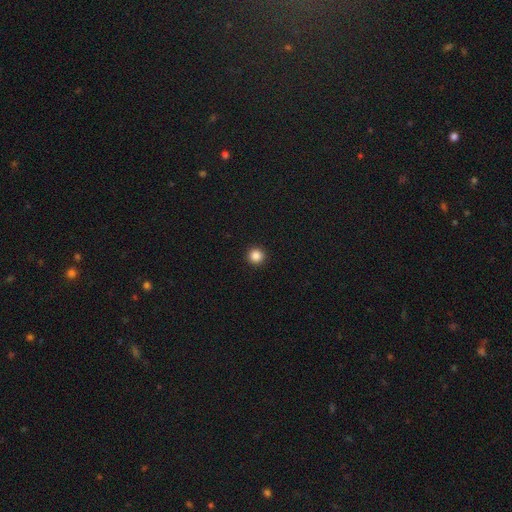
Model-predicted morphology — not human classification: Q: Smooth or featured?
A: smooth (86%); runner-up: star or artifact (11%)
Q: How rounded?
A: round (96%); runner-up: in between (3%)
Q: Merging?
A: none (94%); runner-up: minor disturbance (4%)